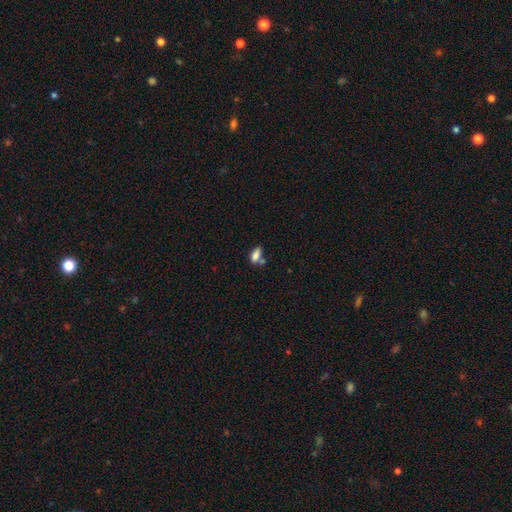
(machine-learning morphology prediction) Q: Smooth or featured?
A: smooth (79%); runner-up: featured or disk (11%)
Q: How rounded?
A: in between (81%); runner-up: cigar-shaped (14%)
Q: Merging?
A: none (50%); runner-up: merger (27%)